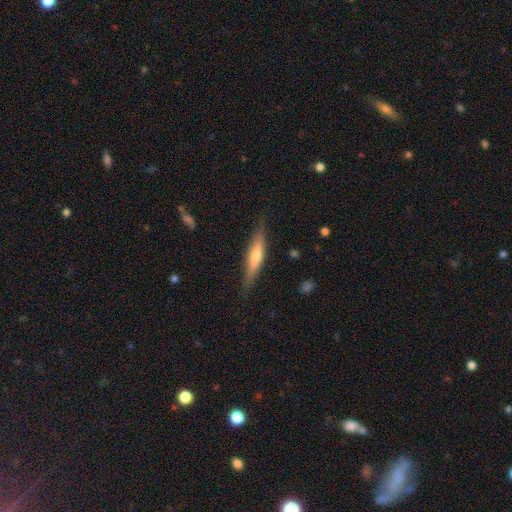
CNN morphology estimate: A featured or disk galaxy (53%) viewed edge-on (93%). Merging: none (85%).